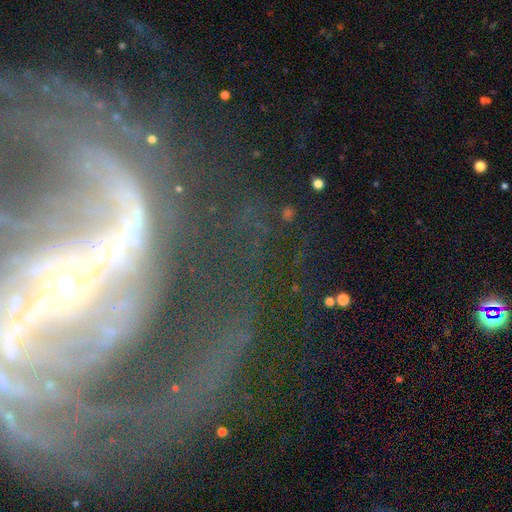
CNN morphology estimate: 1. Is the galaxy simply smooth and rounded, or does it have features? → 86% featured or disk, 9% star or artifact, 5% smooth.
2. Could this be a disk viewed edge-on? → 95% no, 5% yes.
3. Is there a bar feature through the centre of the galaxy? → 67% strong, 20% weak, 13% no.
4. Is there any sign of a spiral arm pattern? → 90% yes, 10% no.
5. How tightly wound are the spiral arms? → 43% loose, 38% medium, 19% tight.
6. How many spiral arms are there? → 67% 2, 10% can't tell, 7% 3, 6% 1, 5% 4, 5% more than 4.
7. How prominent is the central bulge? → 75% small, 18% moderate, 3% large, 3% none, 2% dominant.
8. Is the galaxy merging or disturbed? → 47% none, 32% major disturbance, 15% minor disturbance, 6% merger.